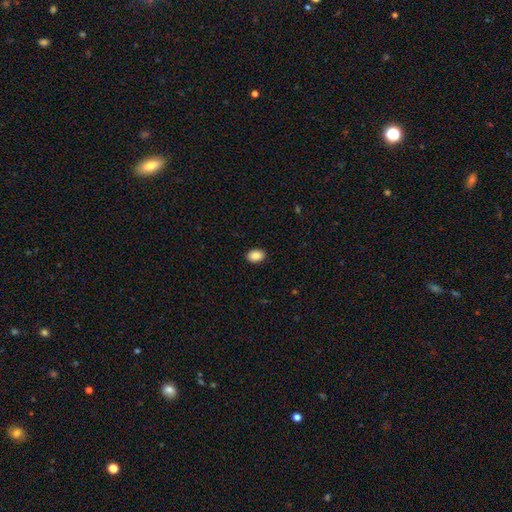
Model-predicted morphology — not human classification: Smooth or featured? Predicted: smooth (p=0.89). How rounded? Predicted: in between (p=0.81). Merging? Predicted: none (p=0.90).